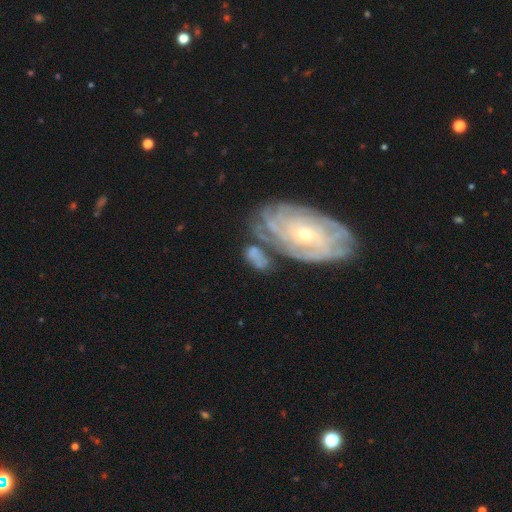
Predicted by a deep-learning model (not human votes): Smooth or featured: featured or disk — 51% (smooth — 39%)
Edge-on disk: no — 94% (yes — 6%)
Merging: none — 37% (merger — 25%)